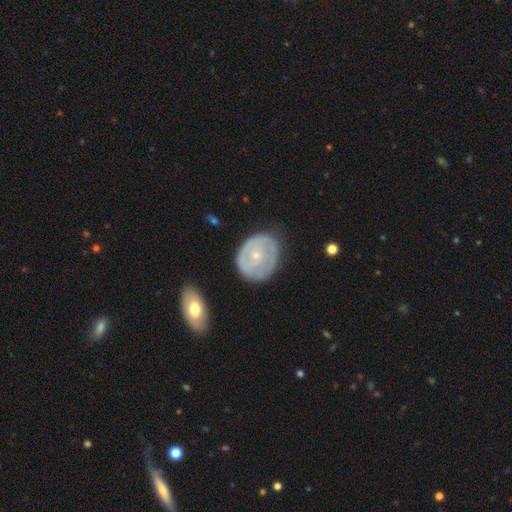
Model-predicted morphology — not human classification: smooth_or_featured: featured or disk (p=0.61) [alt: smooth p=0.33]
disk_edge_on: no (p=0.96) [alt: yes p=0.04]
bar: no (p=0.81) [alt: weak p=0.15]
has_spiral_arms: yes (p=0.56) [alt: no p=0.44]
bulge_size: small (p=0.79) [alt: moderate p=0.18]
merging: none (p=0.69) [alt: minor disturbance p=0.22]